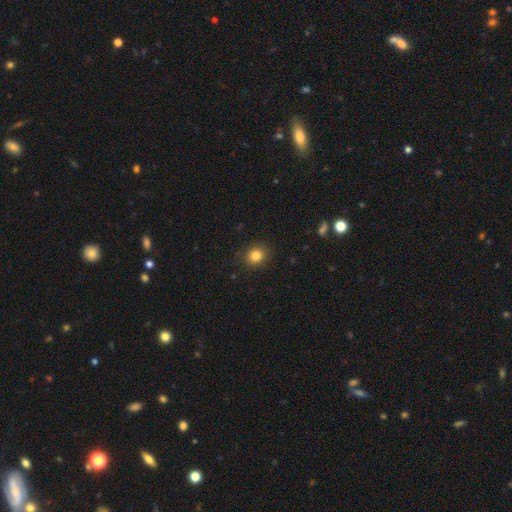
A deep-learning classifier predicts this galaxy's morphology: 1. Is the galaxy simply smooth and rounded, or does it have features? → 83% smooth, 11% star or artifact, 5% featured or disk.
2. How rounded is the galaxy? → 79% round, 21% in between, 1% cigar-shaped.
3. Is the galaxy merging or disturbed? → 87% none, 9% minor disturbance, 3% major disturbance, 1% merger.